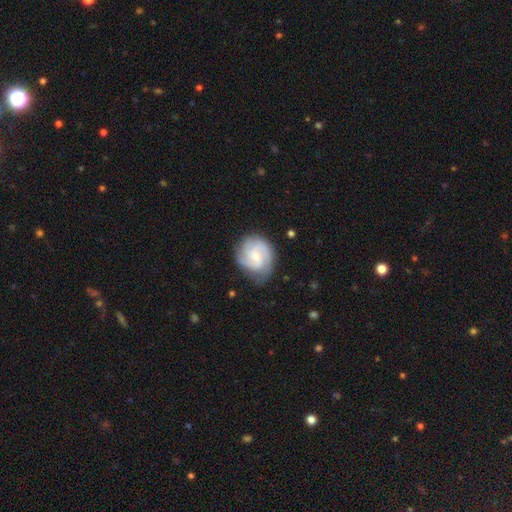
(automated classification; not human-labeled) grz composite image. It shows a featured or disk galaxy (73%) with no bar (52%), 3 (36%) tight (44%, tied with medium) spiral arms (95%) and a small central bulge (52%). Merging: none (70%).